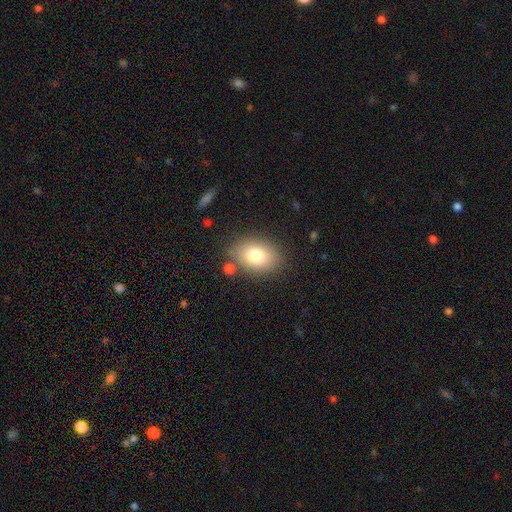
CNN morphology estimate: This is likely a smooth galaxy (79%). How rounded: likely in between (77%). Merging: clearly none (81%).